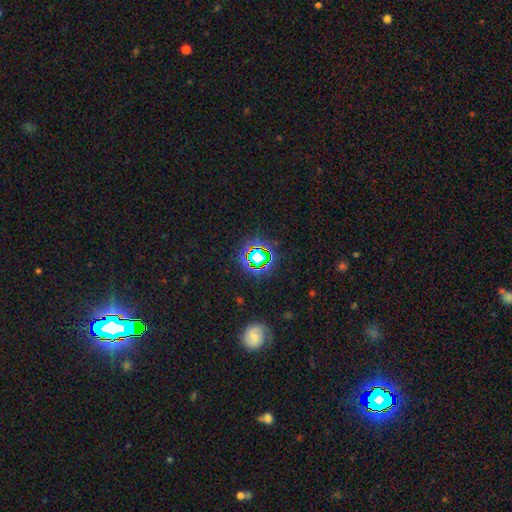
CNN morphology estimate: Smooth or featured? Predicted: star or artifact (p=0.63).